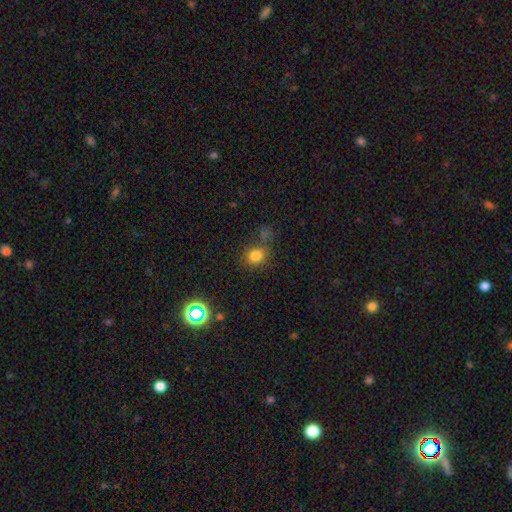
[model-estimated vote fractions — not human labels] Smooth or featured?
  - smooth: 78% *
  - star or artifact: 15%
  - featured or disk: 7%
How rounded?
  - round: 64% *
  - in between: 35%
  - cigar-shaped: 1%
Merging?
  - none: 62% *
  - minor disturbance: 16%
  - merger: 14%
  - major disturbance: 8%